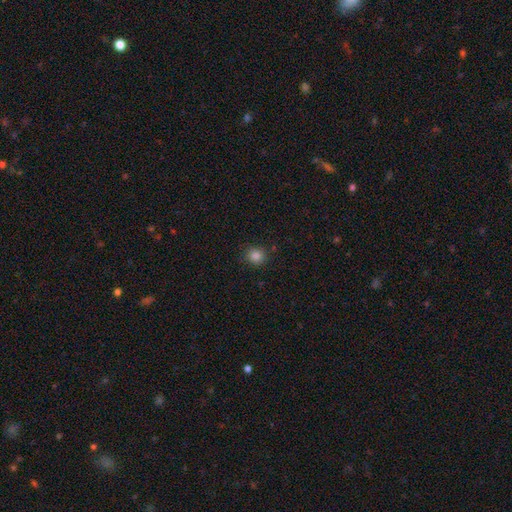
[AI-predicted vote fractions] Smooth or featured? smooth (84%)
How rounded? round (88%)
Merging? none (87%)